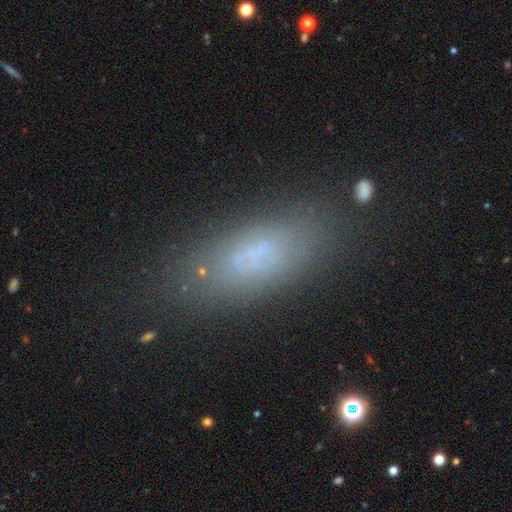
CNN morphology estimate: This is likely a smooth galaxy (64%). How rounded: likely in between (68%). Merging: likely none (75%).